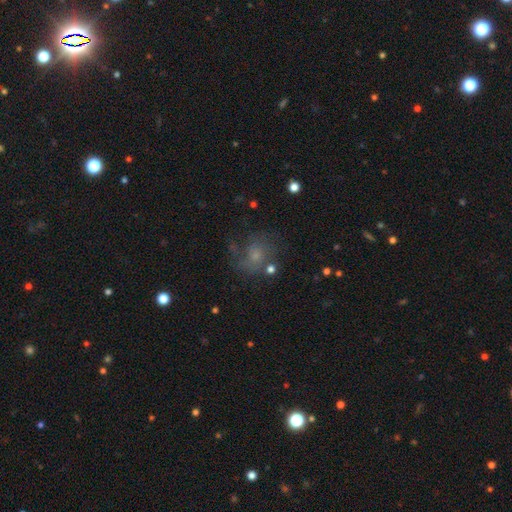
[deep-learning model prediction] A featured or disk galaxy (40%, tied with smooth).

Vote fractions:
- Smooth or featured? featured or disk: 40% (tied) / smooth: 40% (tied) / star or artifact: 20%
- Merging? none: 56% / minor disturbance: 20% / major disturbance: 20% / merger: 4%